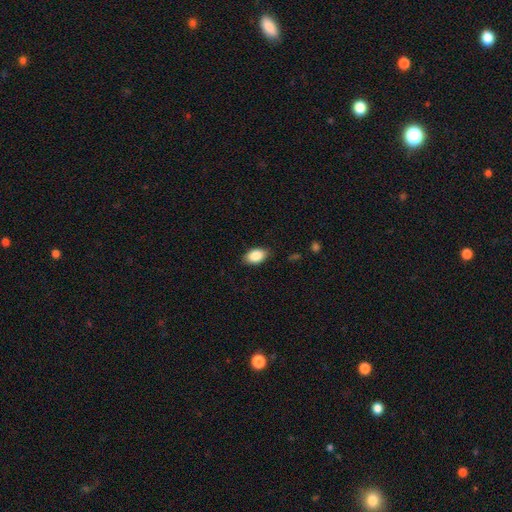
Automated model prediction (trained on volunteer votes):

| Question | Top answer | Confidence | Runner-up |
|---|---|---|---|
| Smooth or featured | smooth | 88% | star or artifact (7%) |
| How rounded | in between | 90% | round (8%) |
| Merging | none | 84% | minor disturbance (12%) |